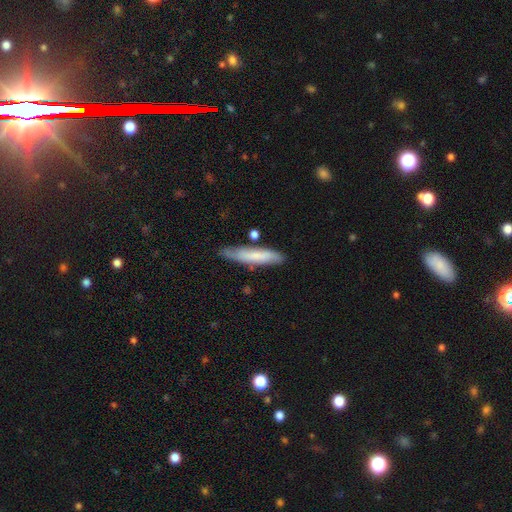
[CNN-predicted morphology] Smooth or featured: smooth — 69% (featured or disk — 25%)
How rounded: cigar-shaped — 85% (in between — 14%)
Merging: none — 73% (minor disturbance — 19%)